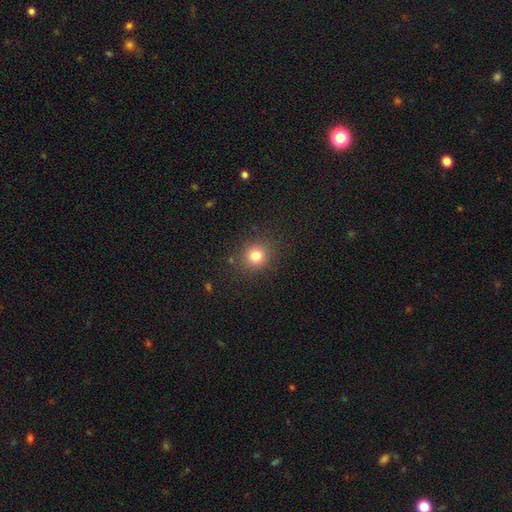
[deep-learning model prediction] smooth 79%, star or artifact 14%, featured or disk 7%. Down the decision tree: how rounded — round (86%); merging — none (87%).